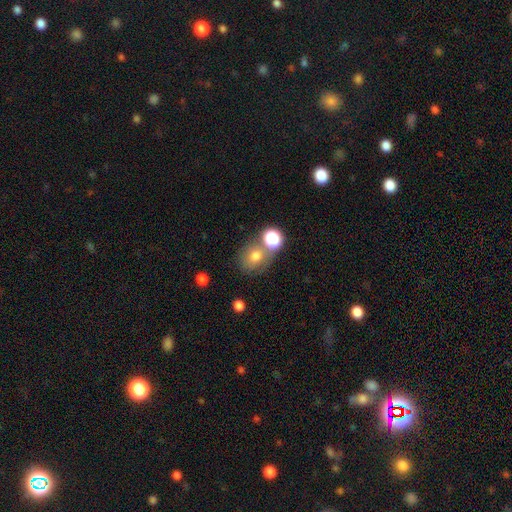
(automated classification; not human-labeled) smooth 71%, star or artifact 15%, featured or disk 13%. Down the decision tree: how rounded — round (70%); merging — none (56%).